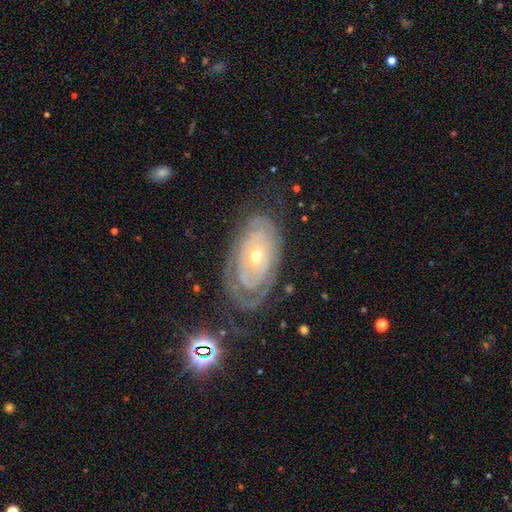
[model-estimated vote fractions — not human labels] Morphology: type=featured or disk (81%); edge-on=no (94%); bar=no (82%); spiral arms=yes (80%); winding=tight (81%); arm count=can't tell (49%); bulge=small (55%); merging=none (66%).